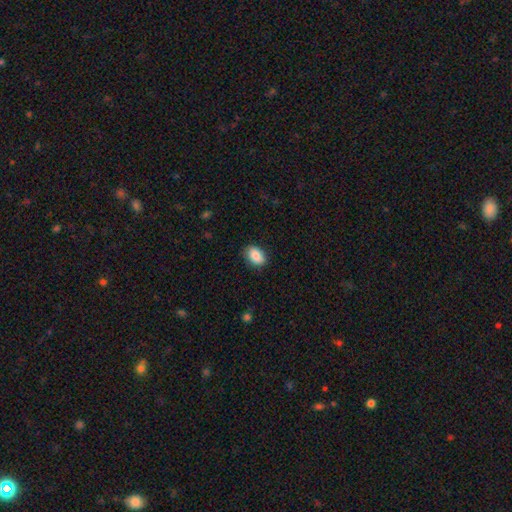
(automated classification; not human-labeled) The model was most divided on "merging": none: 85%, minor disturbance: 11%, major disturbance: 2%, merger: 1%. More confident: how rounded — in between (87%); smooth or featured — smooth (86%).